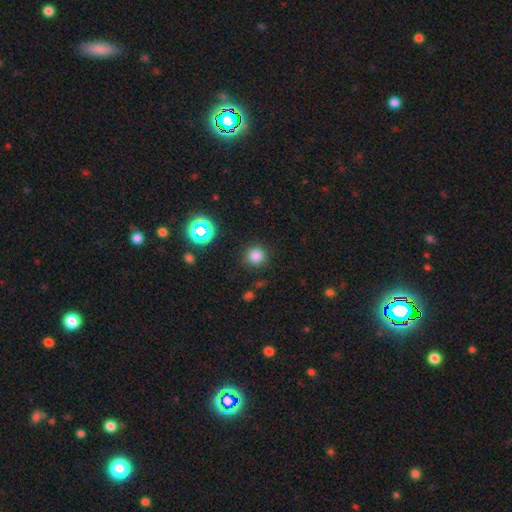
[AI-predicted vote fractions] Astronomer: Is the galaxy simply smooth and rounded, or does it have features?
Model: smooth — 79%.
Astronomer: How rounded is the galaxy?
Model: round — 94%.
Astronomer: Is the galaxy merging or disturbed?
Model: none — 87%.